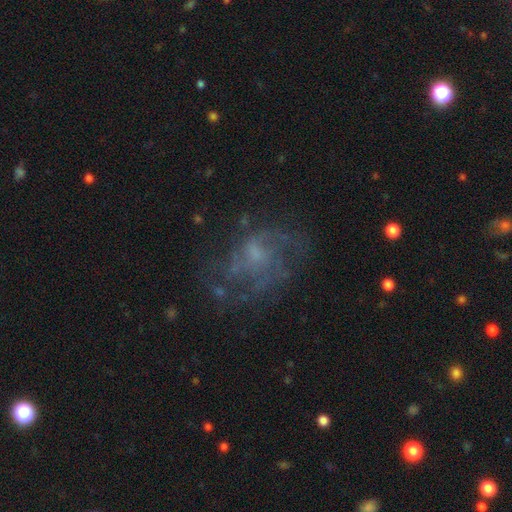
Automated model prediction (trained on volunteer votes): Smooth or featured?
  - featured or disk: 68% *
  - smooth: 18%
  - star or artifact: 13%
Edge-on disk?
  - no: 98% *
  - yes: 2%
Bar?
  - no: 71% *
  - weak: 26%
  - strong: 3%
Spiral arms?
  - yes: 70% *
  - no: 30%
Bulge size?
  - small: 45% *
  - moderate: 27%
  - none: 25%
  - large: 3%
  - dominant: 1%
Merging?
  - none: 55% *
  - major disturbance: 23%
  - minor disturbance: 19%
  - merger: 3%